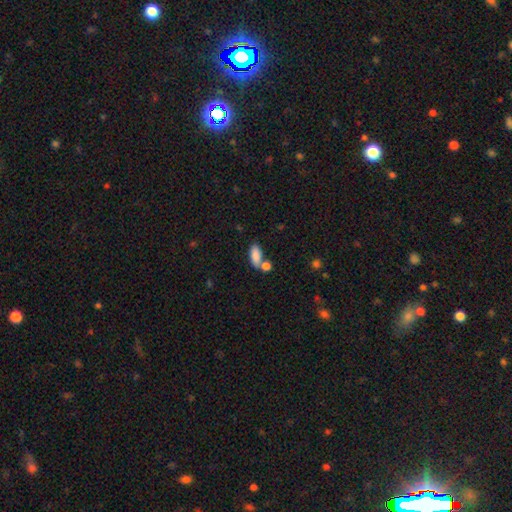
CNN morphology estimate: This appears to be a smooth galaxy with no disk features (86%) that is in between round and cigar-shaped (85%). Merging: none (51%).